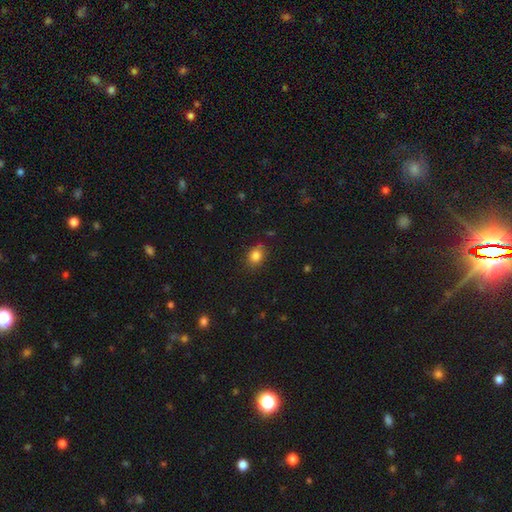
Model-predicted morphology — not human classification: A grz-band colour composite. It shows a smooth galaxy with no disk features (83%) that is in between round and cigar-shaped (52%). Merging: none (79%).